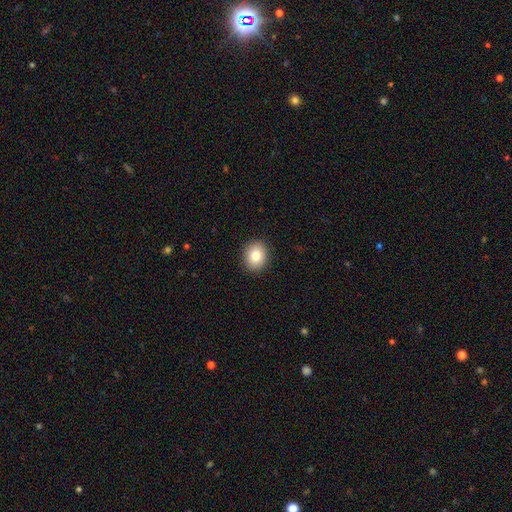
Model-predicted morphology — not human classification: A smooth galaxy with no disk features (83%) that is round (60%).

Vote fractions:
- Smooth or featured? smooth: 83% / star or artifact: 9% / featured or disk: 8%
- How rounded? round: 60% / in between: 40% / cigar-shaped: 1%
- Merging? none: 91% / minor disturbance: 7% / major disturbance: 2% / merger: 1%